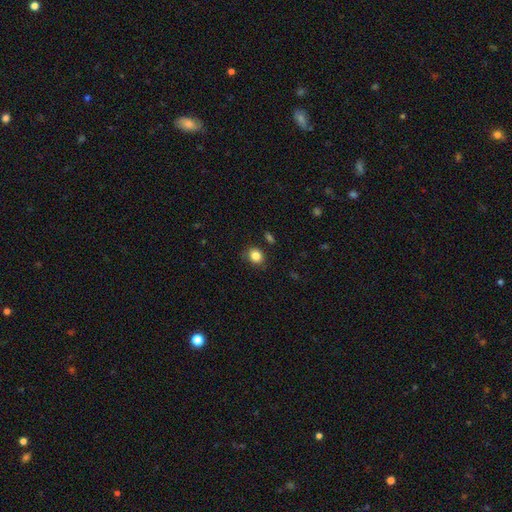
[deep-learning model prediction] This appears to be a smooth galaxy with no disk features (83%) that is round (66%). Merging: none (83%).